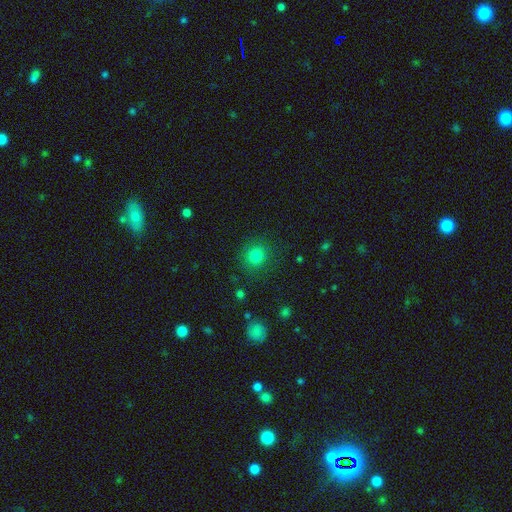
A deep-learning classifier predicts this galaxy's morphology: A smooth galaxy with no disk features (80%) that is round (89%).

Vote fractions:
- Smooth or featured? smooth: 80% / star or artifact: 14% / featured or disk: 6%
- How rounded? round: 89% / in between: 10% / cigar-shaped: 1%
- Merging? none: 87% / minor disturbance: 8% / major disturbance: 3% / merger: 2%